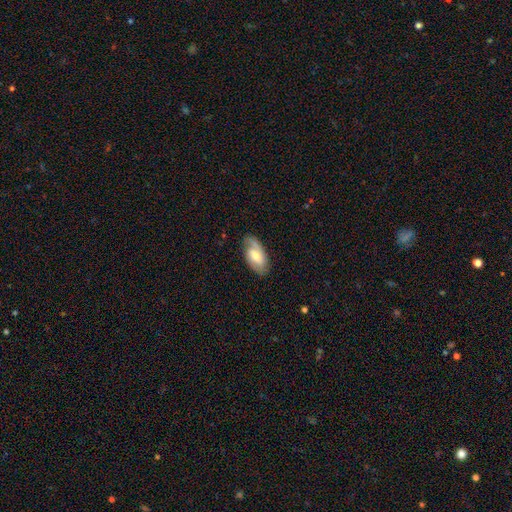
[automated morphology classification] The model was most divided on "smooth or featured": featured or disk: 52%, smooth: 42%, star or artifact: 6%. More confident: edge-on disk — no (91%); merging — none (72%).